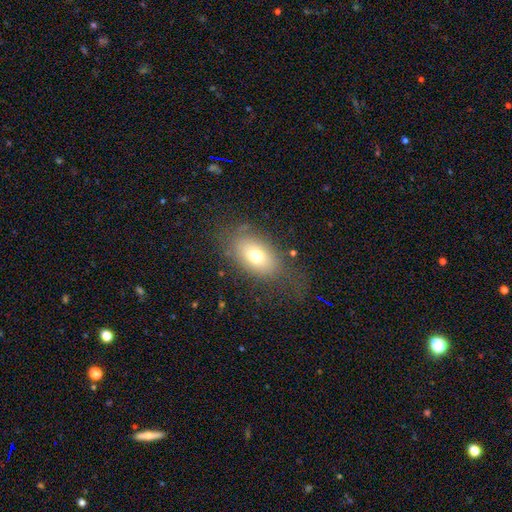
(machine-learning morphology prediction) This appears to be a smooth galaxy with no disk features (71%) that is in between round and cigar-shaped (84%). Merging: none (66%).